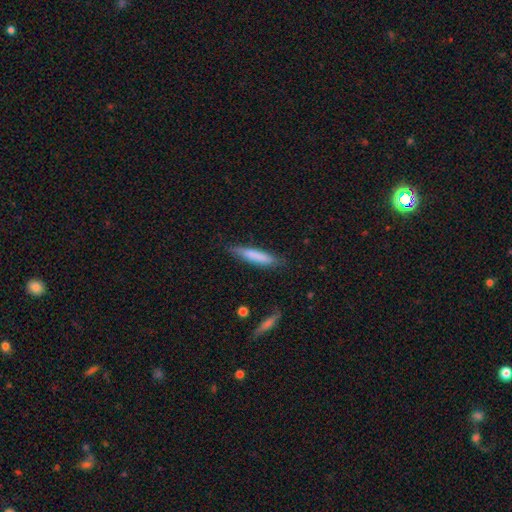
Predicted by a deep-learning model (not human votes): The model was most divided on "smooth or featured": smooth: 76%, featured or disk: 19%, star or artifact: 6%. More confident: how rounded — cigar-shaped (88%); merging — none (80%).